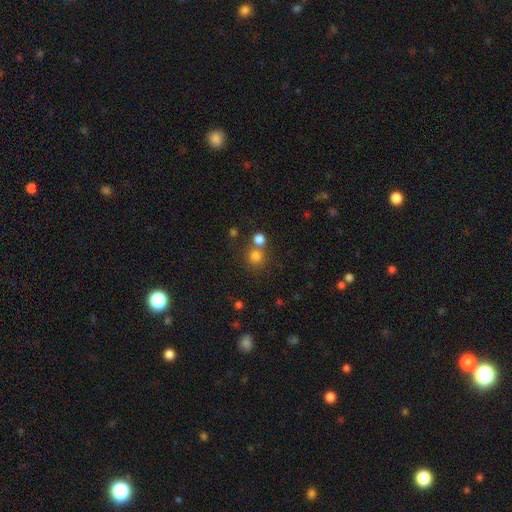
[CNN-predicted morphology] smooth-or-featured: smooth: 78% | star or artifact: 15% | featured or disk: 7%
  how-rounded: round: 90% | in between: 9% | cigar-shaped: 1%
  merging: none: 62% | merger: 28% | minor disturbance: 7% | major disturbance: 3%